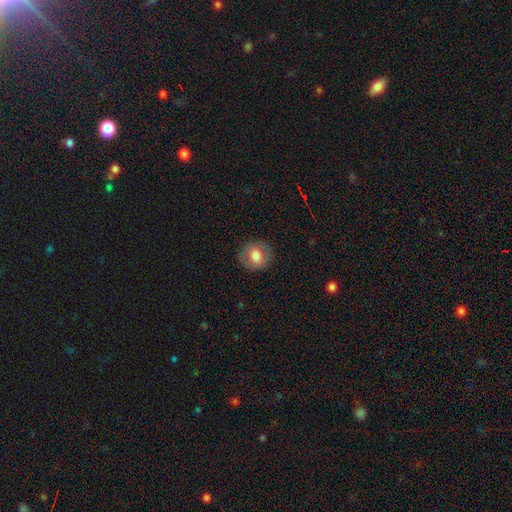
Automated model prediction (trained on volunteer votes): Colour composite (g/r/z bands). It shows a smooth galaxy with no disk features (71%) that is round (78%). Merging: none (86%).